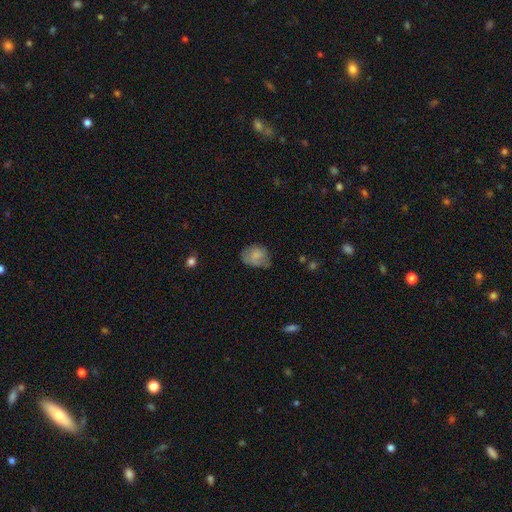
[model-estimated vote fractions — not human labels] This appears to be a smooth galaxy with no disk features (72%) that is in between round and cigar-shaped (59%). Merging: none (48%).